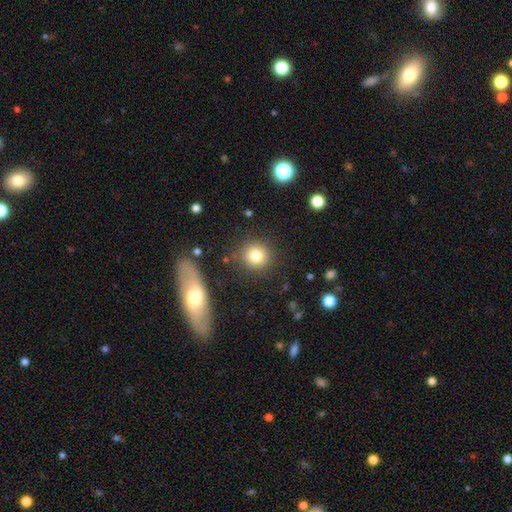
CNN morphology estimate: Smooth or featured: smooth — 80% (star or artifact — 11%)
How rounded: round — 90% (in between — 9%)
Merging: none — 86% (minor disturbance — 8%)